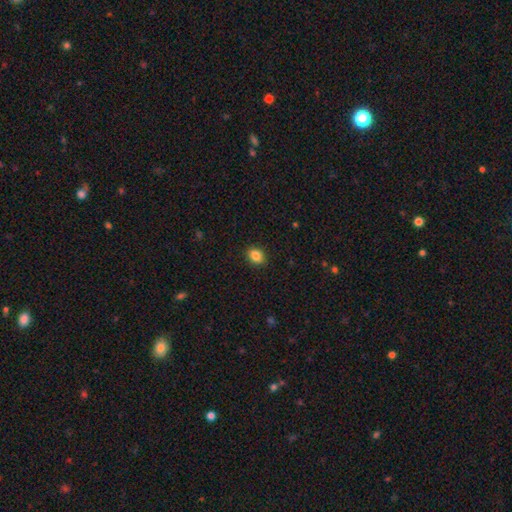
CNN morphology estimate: A smooth galaxy with no disk features (86%) that is in between round and cigar-shaped (51%).

Vote fractions:
- Smooth or featured? smooth: 86% / star or artifact: 10% / featured or disk: 4%
- How rounded? in between: 51% / round: 48% / cigar-shaped: 1%
- Merging? none: 90% / minor disturbance: 7% / major disturbance: 2% / merger: 1%